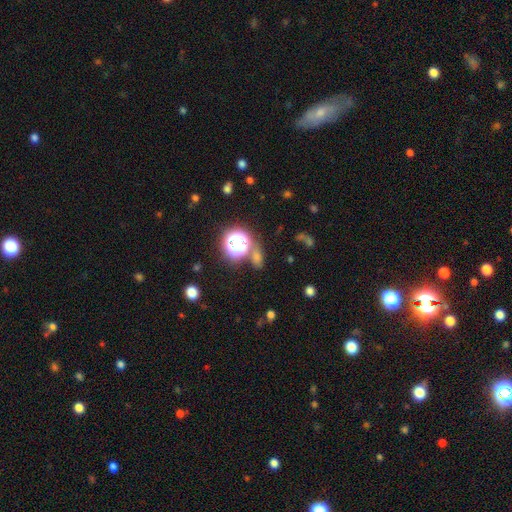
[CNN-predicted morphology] Smooth or featured? star or artifact (47%)